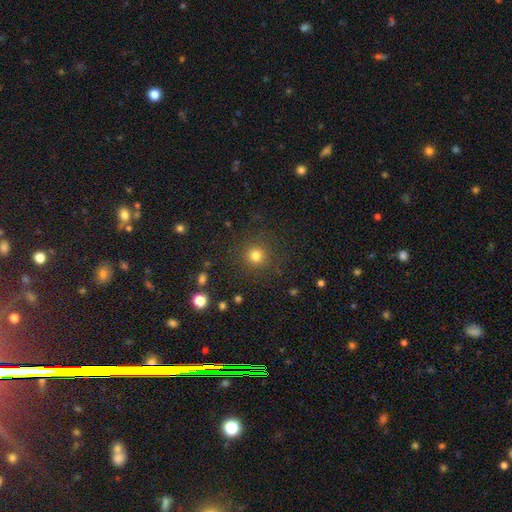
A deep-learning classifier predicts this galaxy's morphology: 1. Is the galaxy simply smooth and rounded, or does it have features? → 78% smooth, 15% star or artifact, 6% featured or disk.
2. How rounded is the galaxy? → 94% round, 5% in between, 1% cigar-shaped.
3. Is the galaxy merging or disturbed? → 88% none, 7% minor disturbance, 4% major disturbance, 2% merger.